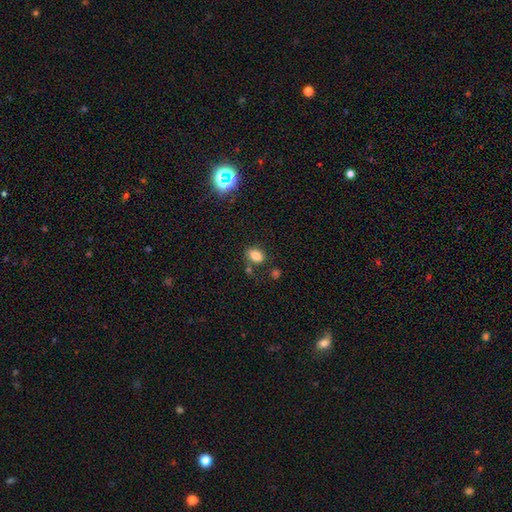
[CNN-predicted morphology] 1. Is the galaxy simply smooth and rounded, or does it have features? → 81% smooth, 12% star or artifact, 6% featured or disk.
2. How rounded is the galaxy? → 79% in between, 20% round, 2% cigar-shaped.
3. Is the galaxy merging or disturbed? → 71% none, 16% minor disturbance, 9% merger, 5% major disturbance.